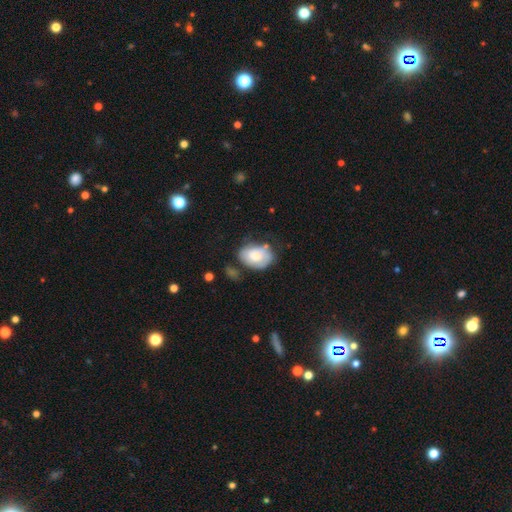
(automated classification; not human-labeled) Overall: smooth (60%; featured or disk 33%). How rounded: in between (78%). Merging: none (53%; minor disturbance 29%).